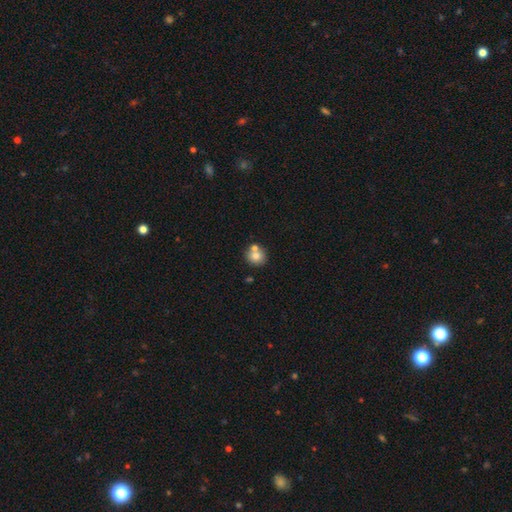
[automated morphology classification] smooth 77%, featured or disk 13%, star or artifact 10%. Down the decision tree: how rounded — round (86%); merging — none (58%).